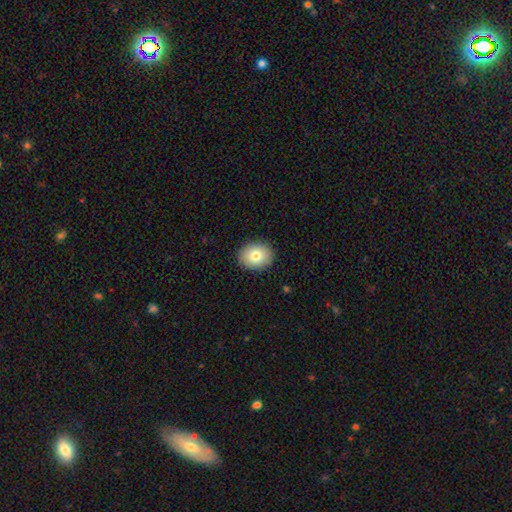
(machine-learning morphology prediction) A smooth galaxy with no disk features (79%) that is round (51%). Merging: none (90%).